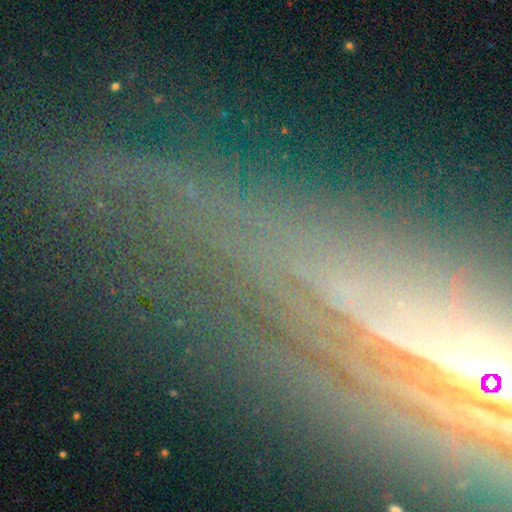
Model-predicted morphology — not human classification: star or artifact 59%, featured or disk 26%, smooth 15%.